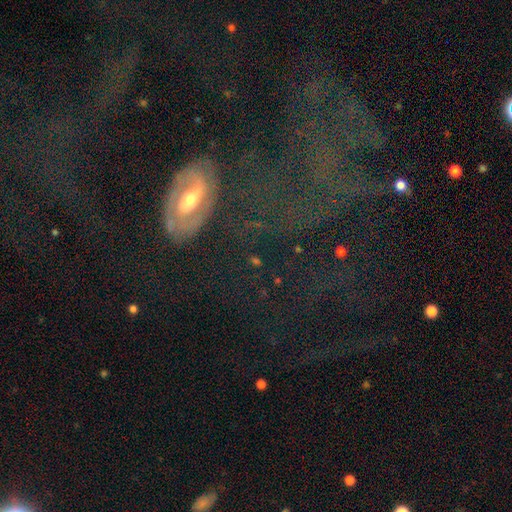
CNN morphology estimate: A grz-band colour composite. It shows a featured or disk galaxy (48%). Merging: none (58%).